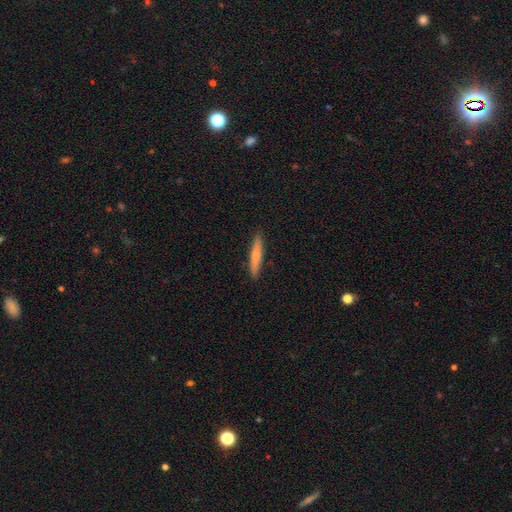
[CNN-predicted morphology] A smooth galaxy with no disk features (69%) that is cigar-shaped (92%). Merging: none (90%).